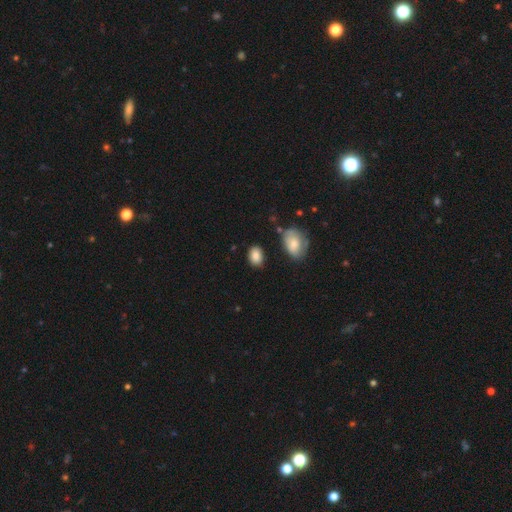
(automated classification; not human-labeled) A smooth galaxy with no disk features (86%) that is in between round and cigar-shaped (76%).

Vote fractions:
- Smooth or featured? smooth: 86% / star or artifact: 8% / featured or disk: 6%
- How rounded? in between: 76% / round: 23% / cigar-shaped: 1%
- Merging? none: 78% / minor disturbance: 15% / major disturbance: 4% / merger: 3%